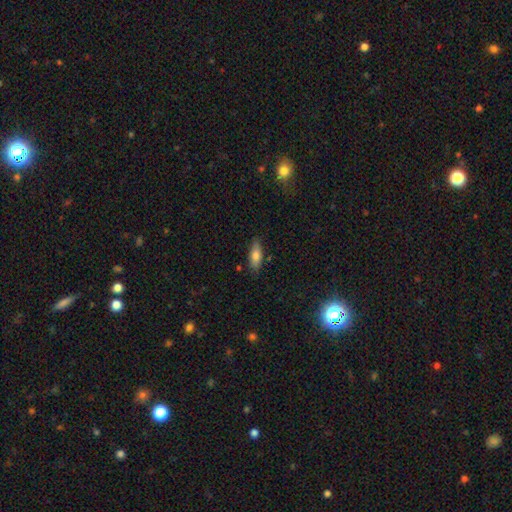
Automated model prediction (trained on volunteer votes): smooth-or-featured: smooth: 75% | featured or disk: 18% | star or artifact: 8%
  how-rounded: in between: 70% | cigar-shaped: 28% | round: 3%
  merging: none: 82% | minor disturbance: 14% | major disturbance: 2% | merger: 2%